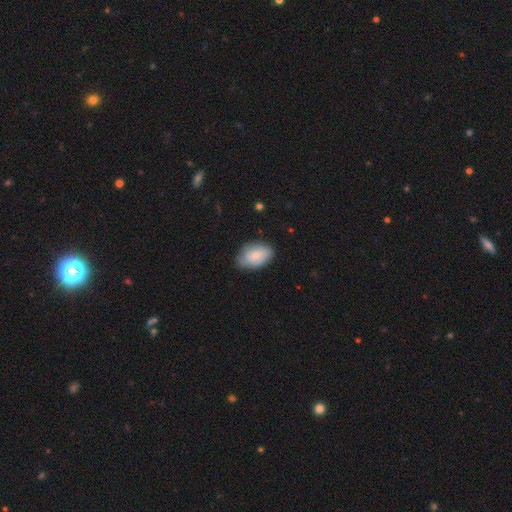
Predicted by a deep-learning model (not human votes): Smooth or featured?
  - smooth: 77% *
  - featured or disk: 17%
  - star or artifact: 6%
How rounded?
  - in between: 91% *
  - round: 8%
  - cigar-shaped: 1%
Merging?
  - none: 73% *
  - minor disturbance: 22%
  - major disturbance: 4%
  - merger: 1%